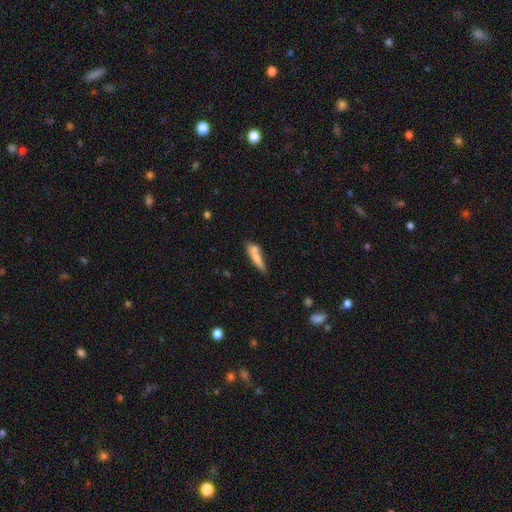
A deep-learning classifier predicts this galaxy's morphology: type=smooth (73%); roundness=cigar-shaped (80%); merging=none (51%).